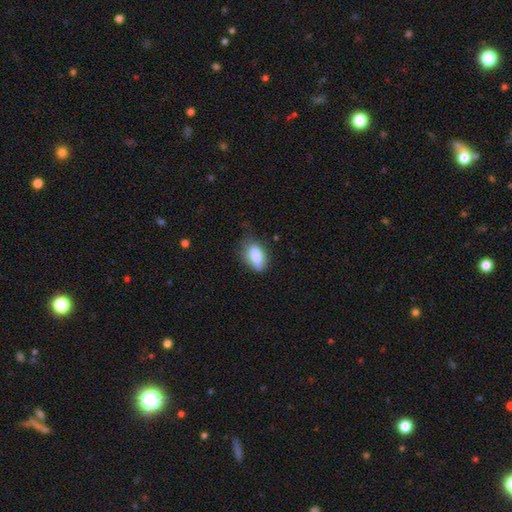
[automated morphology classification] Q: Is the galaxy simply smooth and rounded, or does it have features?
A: smooth — 78%.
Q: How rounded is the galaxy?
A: in between — 86%.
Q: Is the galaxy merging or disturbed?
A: none — 58%.